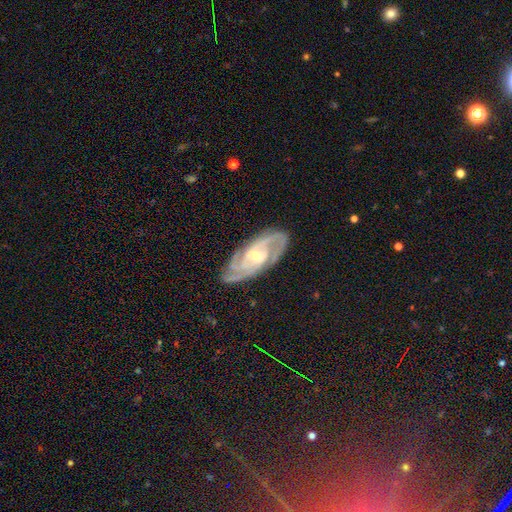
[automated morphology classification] This is clearly a featured or disk galaxy (88%). It is clearly not viewed edge-on (93%). Bar: possibly weak (50%). Spiral arm pattern: clearly yes (97%). Spiral arm count: marginally 3 (32%). Spiral winding: possibly tight (55%). Central bulge: possibly moderate (50%). Merging: likely none (79%).